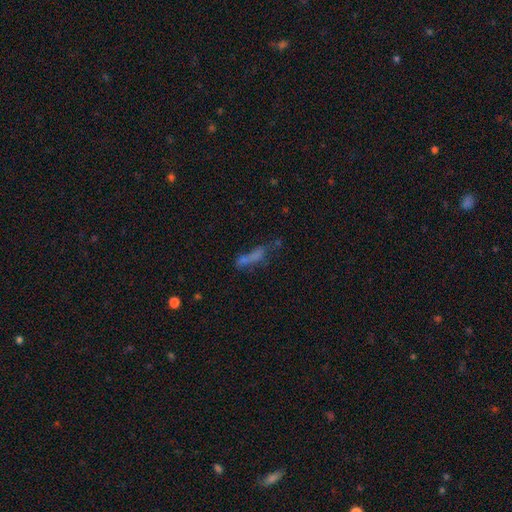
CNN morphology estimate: Q: Smooth or featured?
A: smooth (54%); runner-up: featured or disk (27%)
Q: How rounded?
A: cigar-shaped (66%); runner-up: in between (30%)
Q: Merging?
A: none (39%); runner-up: merger (22%)